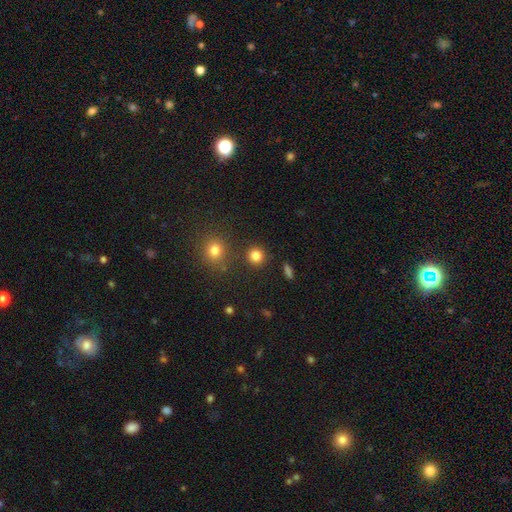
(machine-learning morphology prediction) This appears to be a smooth galaxy with no disk features (82%) that is round (92%). Merging: none (87%).